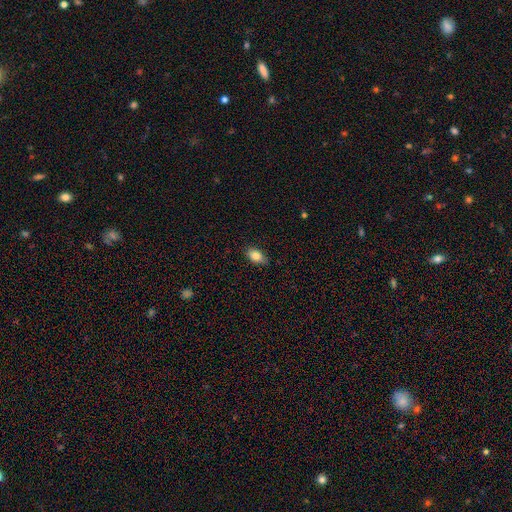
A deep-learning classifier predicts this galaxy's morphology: Smooth or featured: smooth — 83% (featured or disk — 9%)
How rounded: in between — 88% (round — 8%)
Merging: none — 83% (minor disturbance — 13%)